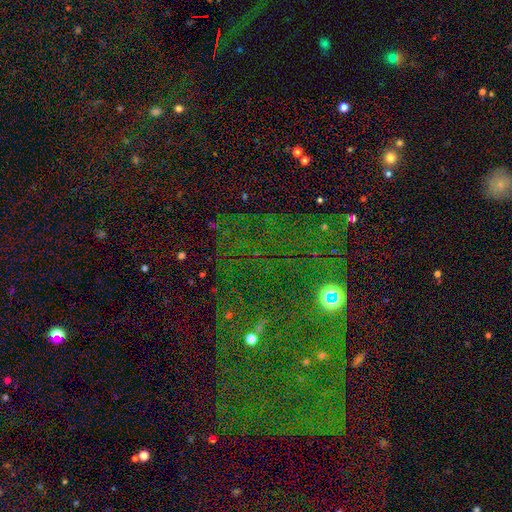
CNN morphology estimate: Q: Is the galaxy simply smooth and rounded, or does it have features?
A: star or artifact — 74%.